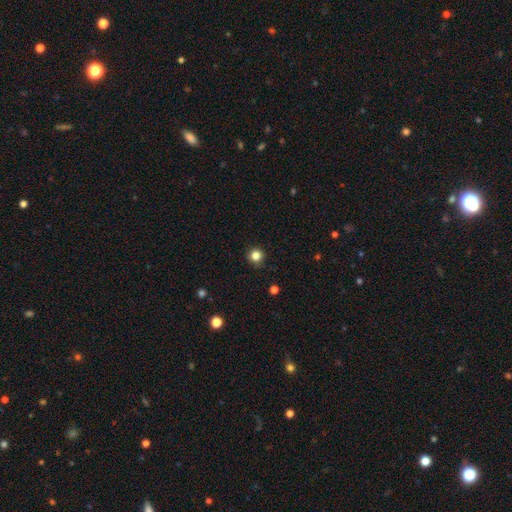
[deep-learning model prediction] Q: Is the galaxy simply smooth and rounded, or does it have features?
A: smooth — 83%.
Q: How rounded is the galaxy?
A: round — 95%.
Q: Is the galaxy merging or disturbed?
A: none — 91%.